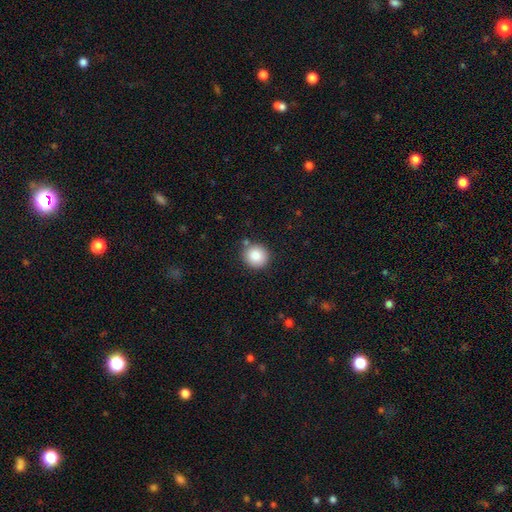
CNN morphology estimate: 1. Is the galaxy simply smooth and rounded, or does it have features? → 86% smooth, 9% star or artifact, 5% featured or disk.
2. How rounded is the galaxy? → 90% round, 9% in between, 1% cigar-shaped.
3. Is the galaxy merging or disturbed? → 83% none, 10% minor disturbance, 4% merger, 3% major disturbance.